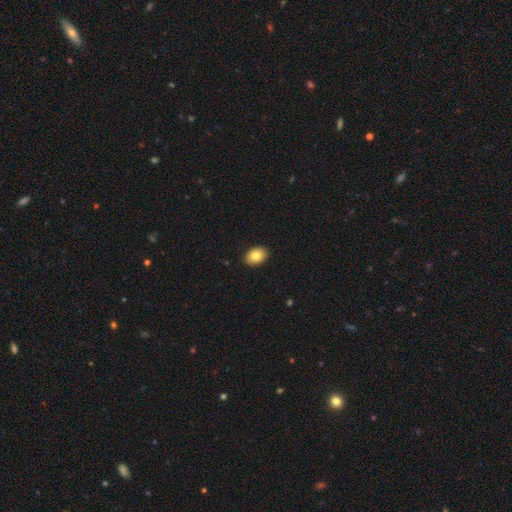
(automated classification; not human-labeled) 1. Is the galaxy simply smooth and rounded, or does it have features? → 83% smooth, 9% featured or disk, 8% star or artifact.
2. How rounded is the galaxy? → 75% in between, 24% round, 1% cigar-shaped.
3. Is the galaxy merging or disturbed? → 91% none, 7% minor disturbance, 2% major disturbance, 1% merger.